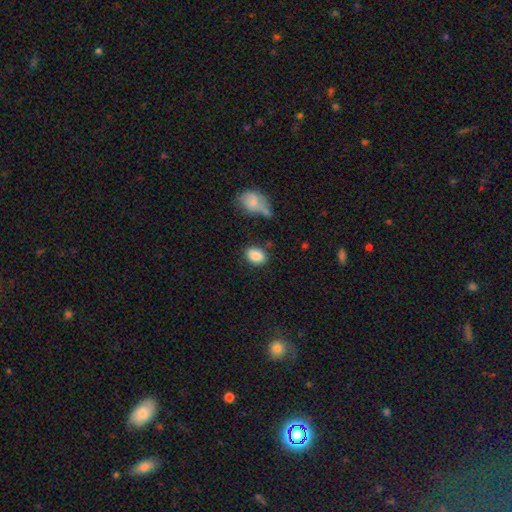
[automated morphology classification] smooth_or_featured: smooth (p=0.87) [alt: star or artifact p=0.08]
how_rounded: in between (p=0.77) [alt: round p=0.21]
merging: none (p=0.78) [alt: minor disturbance p=0.13]